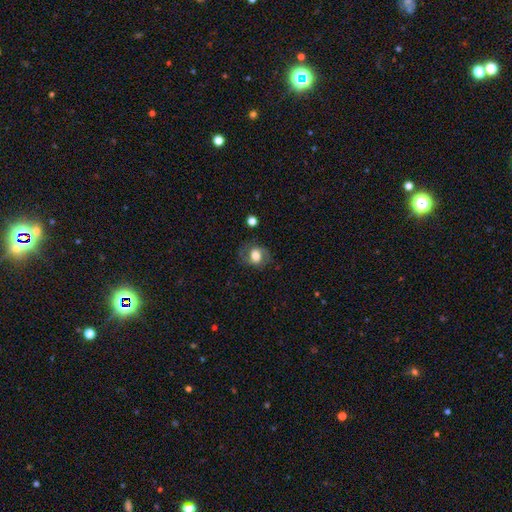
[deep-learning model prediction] Q: Smooth or featured?
A: smooth (61%); runner-up: featured or disk (30%)
Q: How rounded?
A: round (51%); runner-up: in between (48%)
Q: Merging?
A: none (69%); runner-up: minor disturbance (19%)